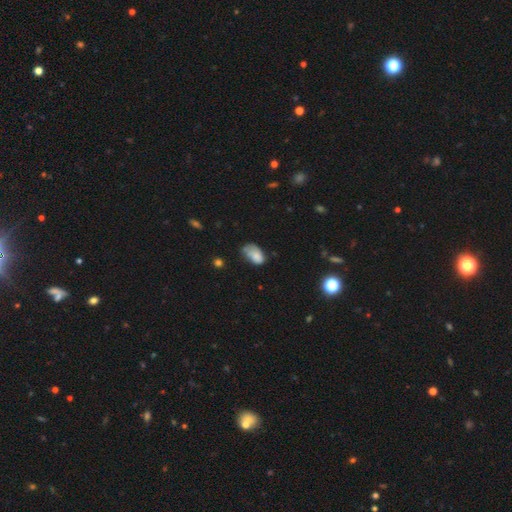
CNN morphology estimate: This is likely a smooth galaxy (77%). How rounded: clearly in between (89%). Merging: marginally minor disturbance (40%).